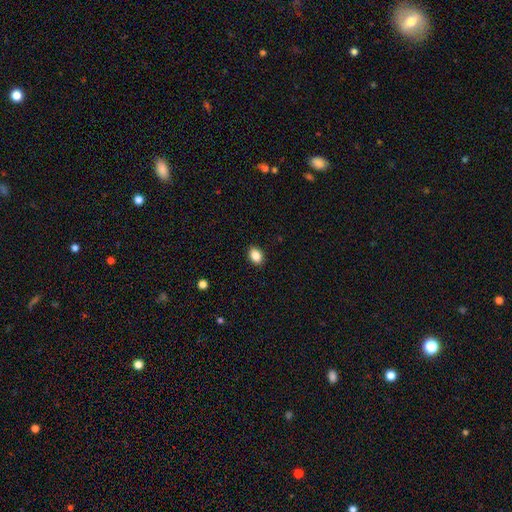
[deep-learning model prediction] A smooth galaxy with no disk features (87%) that is in between round and cigar-shaped (75%).

Vote fractions:
- Smooth or featured? smooth: 87% / star or artifact: 9% / featured or disk: 5%
- How rounded? in between: 75% / round: 24% / cigar-shaped: 1%
- Merging? none: 90% / minor disturbance: 7% / major disturbance: 2% / merger: 1%